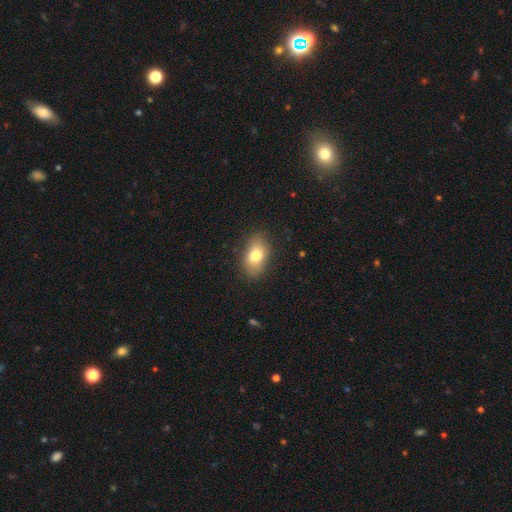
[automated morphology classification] Q: Smooth or featured?
A: smooth (77%); runner-up: featured or disk (15%)
Q: How rounded?
A: in between (86%); runner-up: round (12%)
Q: Merging?
A: none (84%); runner-up: minor disturbance (11%)